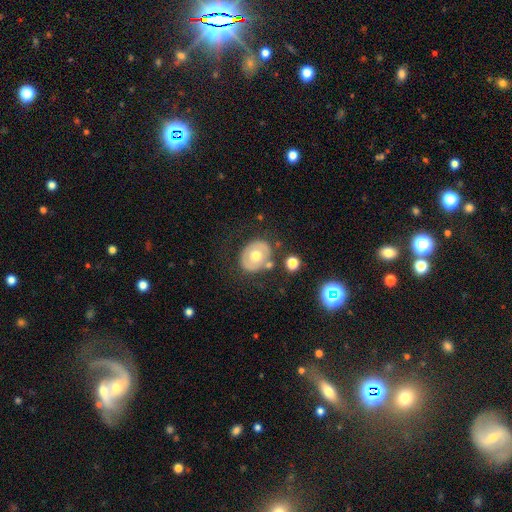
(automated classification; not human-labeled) smooth 49%, featured or disk 44%, star or artifact 7%. Down the decision tree: merging — none (72%).